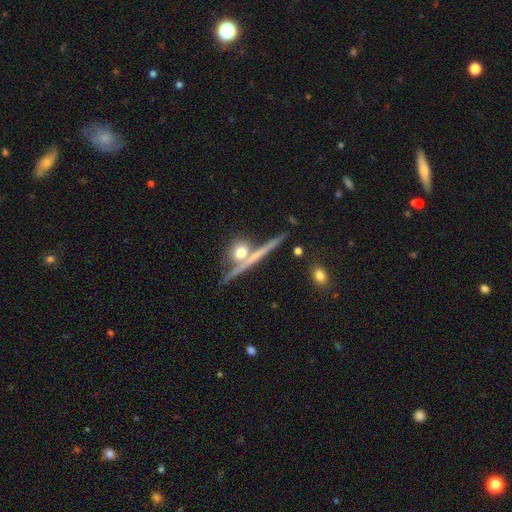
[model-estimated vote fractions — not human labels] Smooth or featured?
  - featured or disk: 55% *
  - smooth: 34%
  - star or artifact: 11%
Edge-on disk?
  - yes: 89% *
  - no: 11%
Merging?
  - none: 68% *
  - merger: 17%
  - minor disturbance: 10%
  - major disturbance: 4%